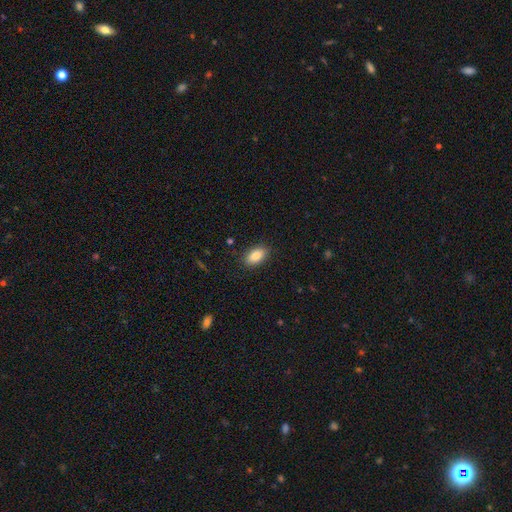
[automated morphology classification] A smooth galaxy with no disk features (85%) that is in between round and cigar-shaped (91%). Merging: none (87%).